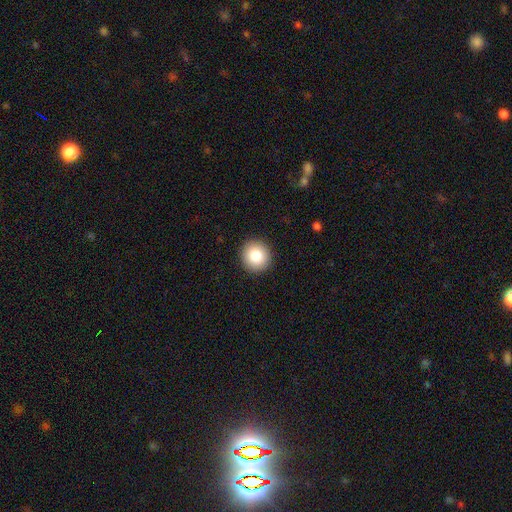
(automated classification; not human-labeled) Q: Smooth or featured?
A: smooth (84%); runner-up: star or artifact (9%)
Q: How rounded?
A: round (91%); runner-up: in between (8%)
Q: Merging?
A: none (92%); runner-up: minor disturbance (5%)